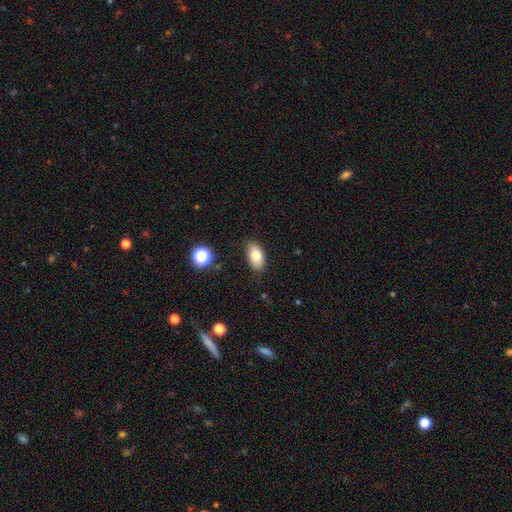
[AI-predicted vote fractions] smooth-or-featured: smooth: 78% | featured or disk: 13% | star or artifact: 9%
  how-rounded: in between: 91% | round: 7% | cigar-shaped: 2%
  merging: none: 85% | minor disturbance: 11% | major disturbance: 3% | merger: 2%